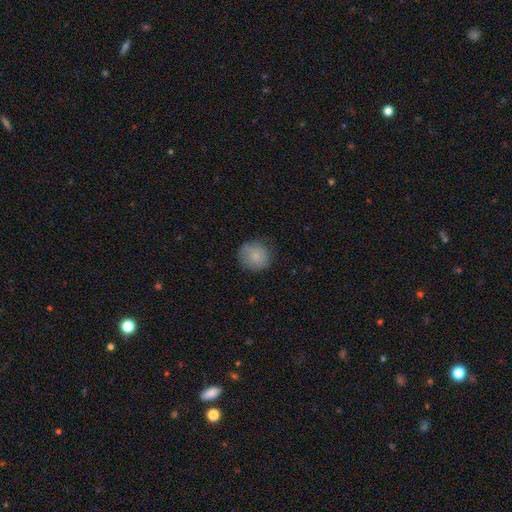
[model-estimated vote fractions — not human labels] A smooth galaxy with no disk features (82%) that is round (89%). Merging: none (76%).